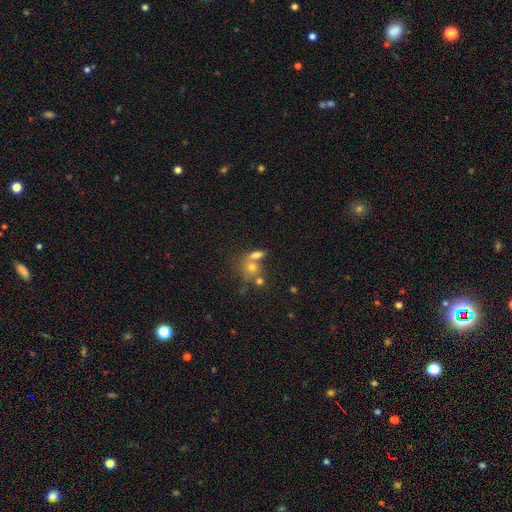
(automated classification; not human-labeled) Smooth or featured: smooth — 69% (featured or disk — 18%)
How rounded: in between — 61% (round — 31%)
Merging: merger — 43% (none — 40%)